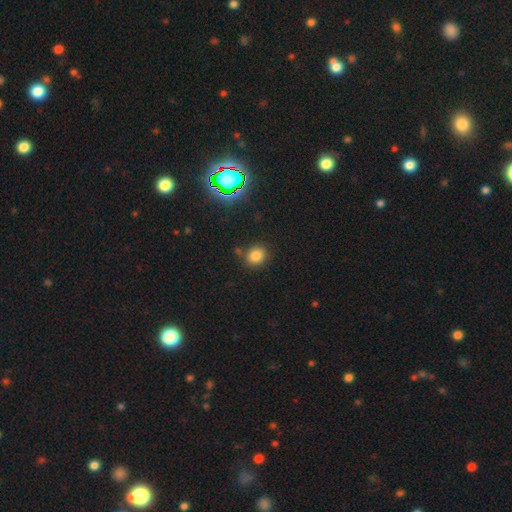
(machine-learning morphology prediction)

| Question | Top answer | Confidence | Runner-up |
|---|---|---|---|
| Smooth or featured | smooth | 78% | star or artifact (16%) |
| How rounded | round | 82% | in between (17%) |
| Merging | none | 80% | minor disturbance (11%) |